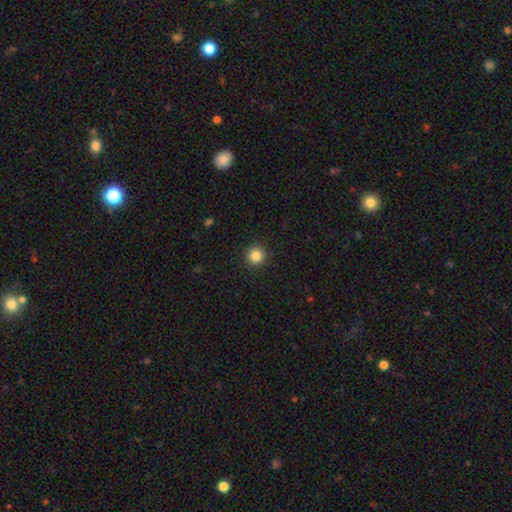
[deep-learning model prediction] Smooth or featured?
  - smooth: 85% *
  - star or artifact: 11%
  - featured or disk: 4%
How rounded?
  - round: 96% *
  - in between: 4%
  - cigar-shaped: 1%
Merging?
  - none: 93% *
  - minor disturbance: 5%
  - major disturbance: 2%
  - merger: 1%